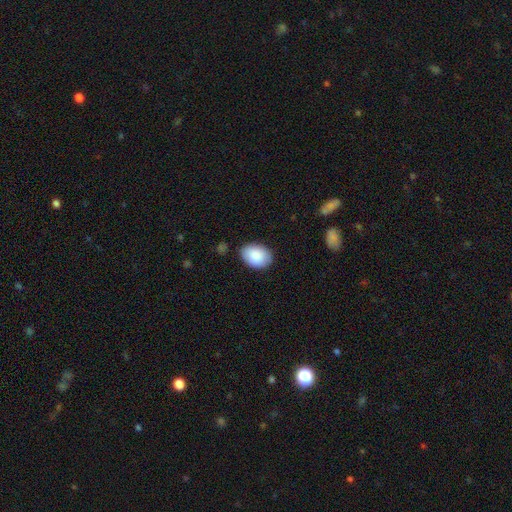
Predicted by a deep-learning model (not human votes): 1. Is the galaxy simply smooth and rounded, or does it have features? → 88% smooth, 6% star or artifact, 5% featured or disk.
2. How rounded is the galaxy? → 81% in between, 18% round, 1% cigar-shaped.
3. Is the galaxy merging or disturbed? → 82% none, 13% minor disturbance, 3% major disturbance, 2% merger.